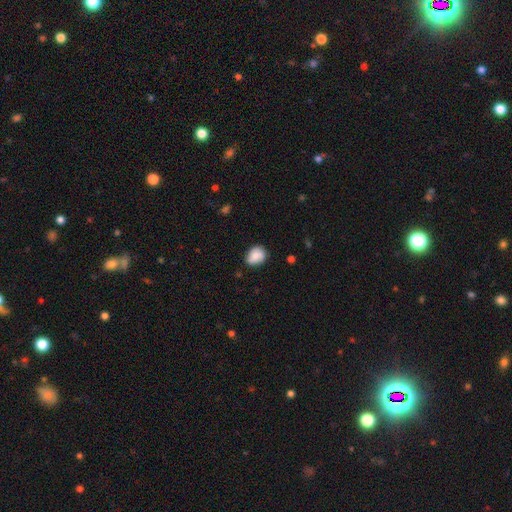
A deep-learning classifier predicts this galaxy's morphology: This appears to be a smooth galaxy with no disk features (80%) that is in between round and cigar-shaped (56%). Merging: none (70%).